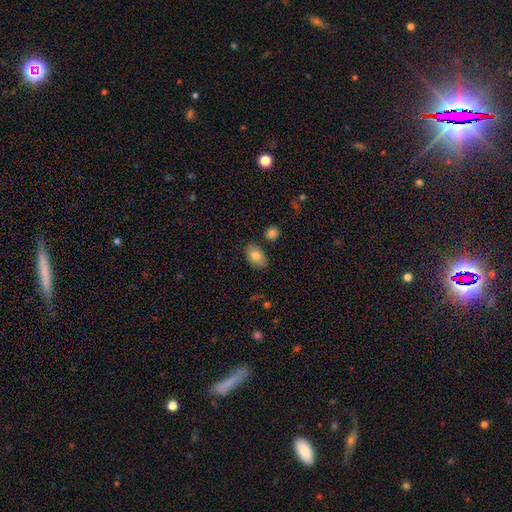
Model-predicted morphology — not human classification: Smooth or featured: smooth — 81% (featured or disk — 12%)
How rounded: in between — 88% (round — 11%)
Merging: none — 83% (minor disturbance — 11%)